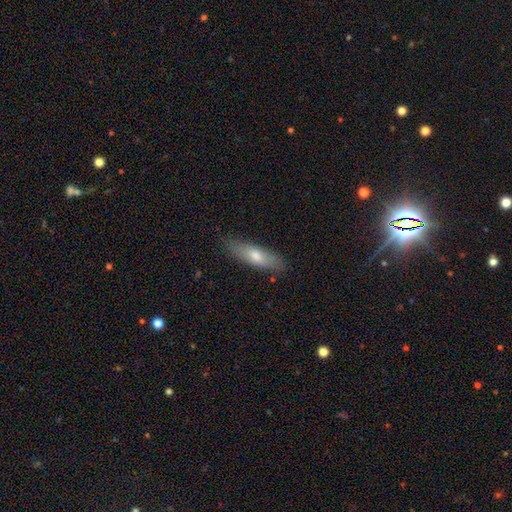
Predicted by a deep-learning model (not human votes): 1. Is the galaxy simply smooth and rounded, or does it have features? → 66% smooth, 28% featured or disk, 6% star or artifact.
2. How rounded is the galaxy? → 55% cigar-shaped, 43% in between, 2% round.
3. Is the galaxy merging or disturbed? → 82% none, 14% minor disturbance, 3% major disturbance, 1% merger.